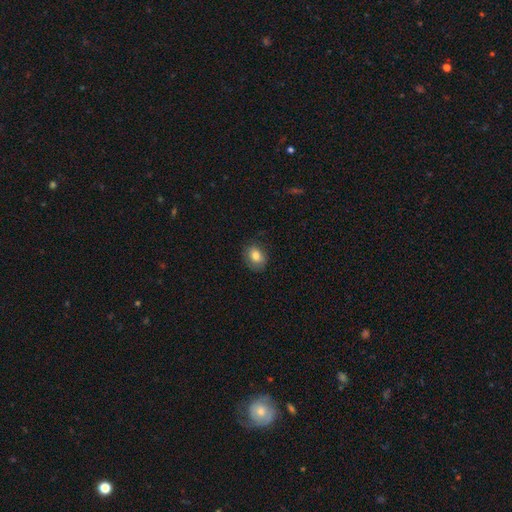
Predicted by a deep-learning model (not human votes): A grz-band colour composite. It shows a smooth galaxy with no disk features (80%) that is in between round and cigar-shaped (56%). Merging: none (81%).